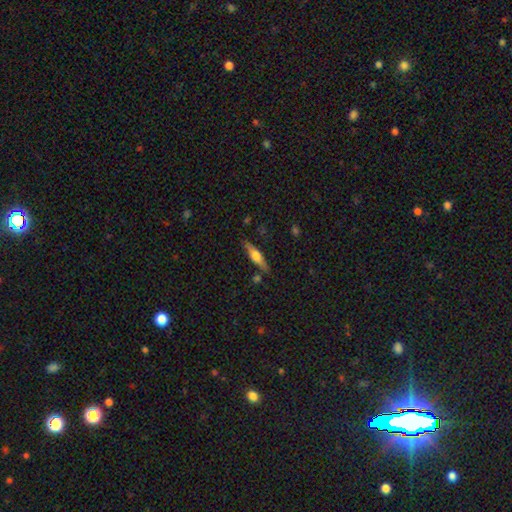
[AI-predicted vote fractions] The model was most divided on "smooth or featured": featured or disk: 57%, smooth: 36%, star or artifact: 6%. More confident: edge-on disk — yes (95%); edge-on bulge — rounded (89%); merging — none (83%).